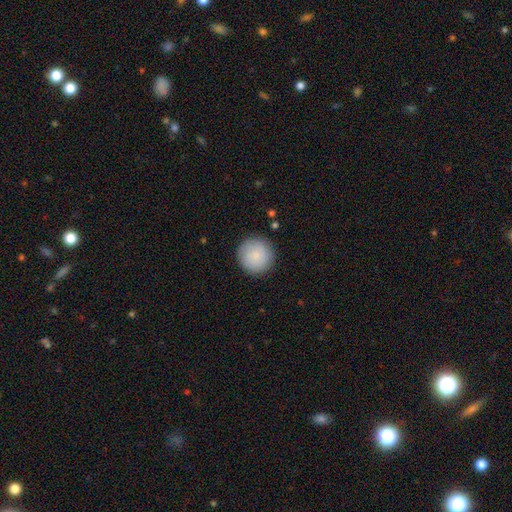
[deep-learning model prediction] Smooth or featured? Predicted: smooth (p=0.84). How rounded? Predicted: round (p=0.96). Merging? Predicted: none (p=0.89).